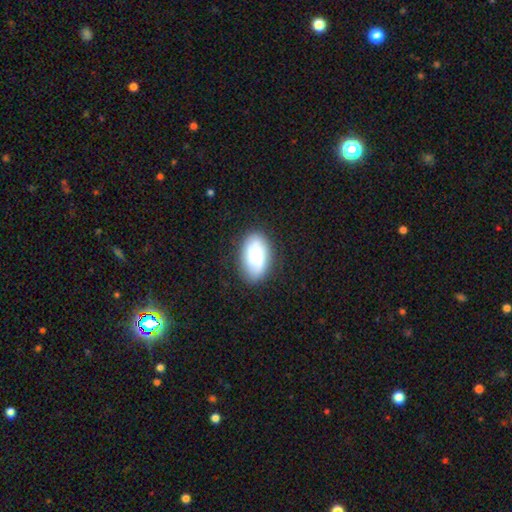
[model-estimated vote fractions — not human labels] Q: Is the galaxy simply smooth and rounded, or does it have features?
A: smooth — 76%.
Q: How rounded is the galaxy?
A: in between — 92%.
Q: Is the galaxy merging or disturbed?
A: none — 80%.